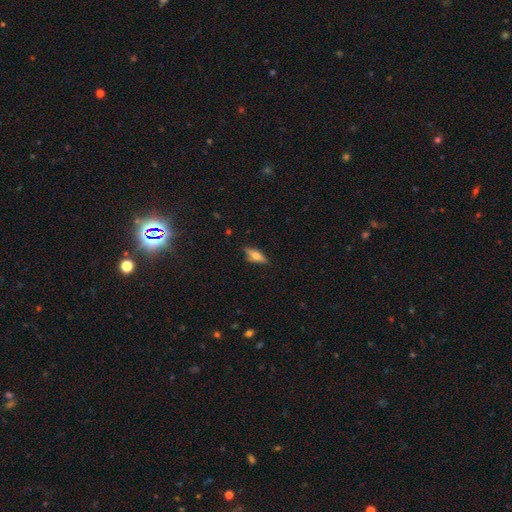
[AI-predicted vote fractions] A smooth galaxy with no disk features (52%) that is in between round and cigar-shaped (53%). Merging: none (77%).